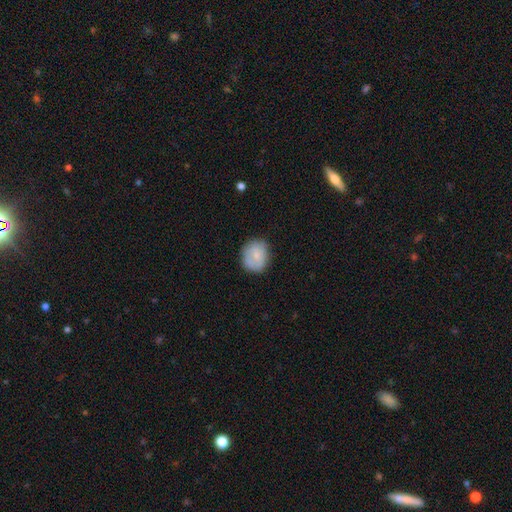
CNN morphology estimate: smooth_or_featured: smooth (p=0.67) [alt: featured or disk p=0.26]
how_rounded: round (p=0.72) [alt: in between p=0.27]
merging: none (p=0.74) [alt: minor disturbance p=0.19]